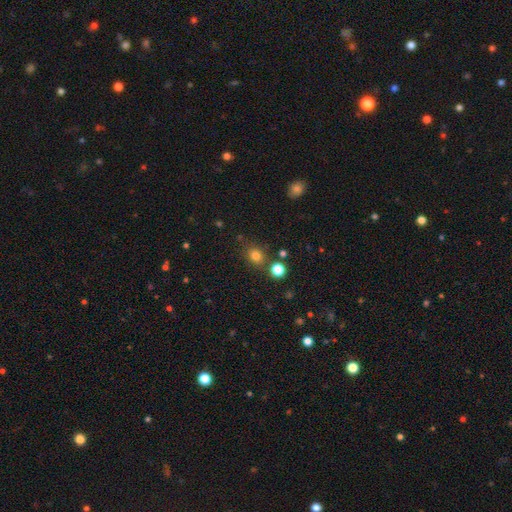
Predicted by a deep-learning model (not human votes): Overall: smooth (78%). How rounded: round (72%). Merging: none (78%).